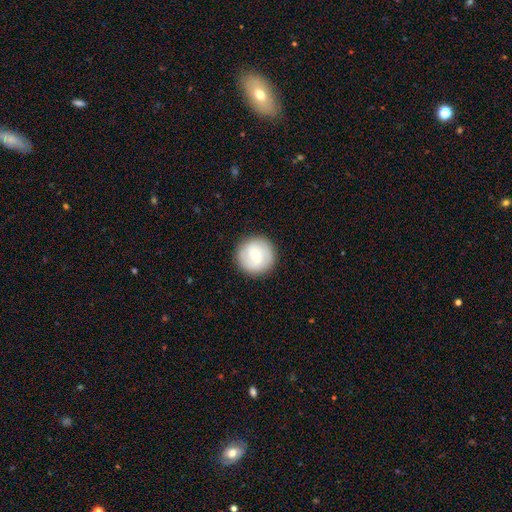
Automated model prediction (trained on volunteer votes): Smooth or featured? smooth (62%)
How rounded? round (95%)
Merging? none (90%)